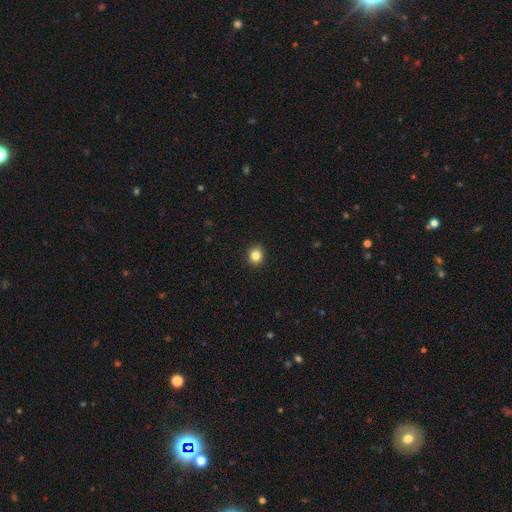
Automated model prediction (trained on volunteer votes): This is clearly a smooth galaxy (84%). How rounded: clearly round (83%). Merging: clearly none (91%).